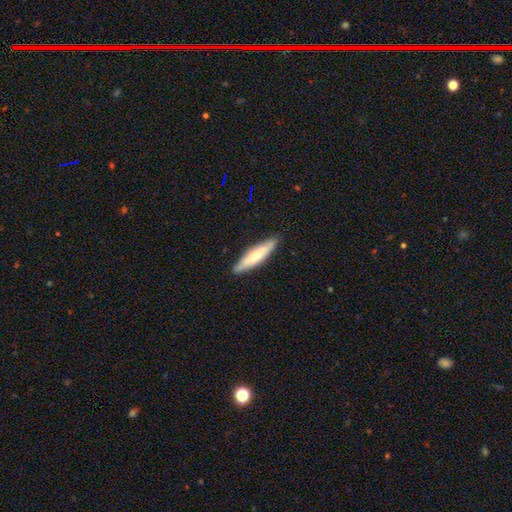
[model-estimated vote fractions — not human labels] Morphology: type=smooth (63%); roundness=cigar-shaped (77%); merging=none (86%).